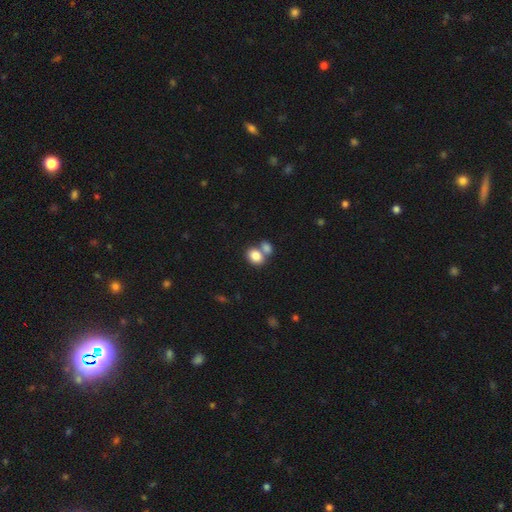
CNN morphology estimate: Q: Smooth or featured?
A: smooth (83%); runner-up: star or artifact (8%)
Q: How rounded?
A: in between (62%); runner-up: round (37%)
Q: Merging?
A: merger (49%); runner-up: none (39%)